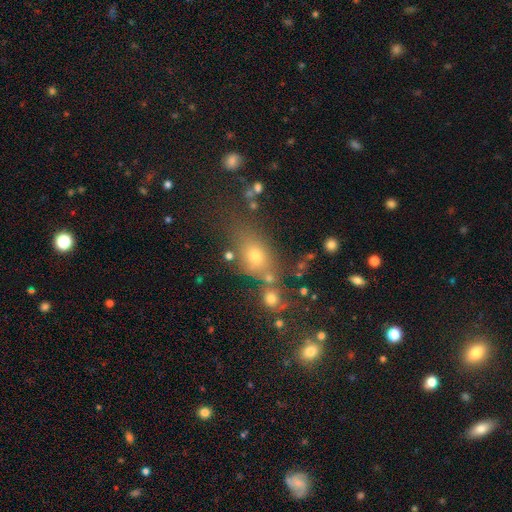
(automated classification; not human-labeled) This appears to be a smooth galaxy with no disk features (65%) that is in between round and cigar-shaped (63%). Merging: none (56%).